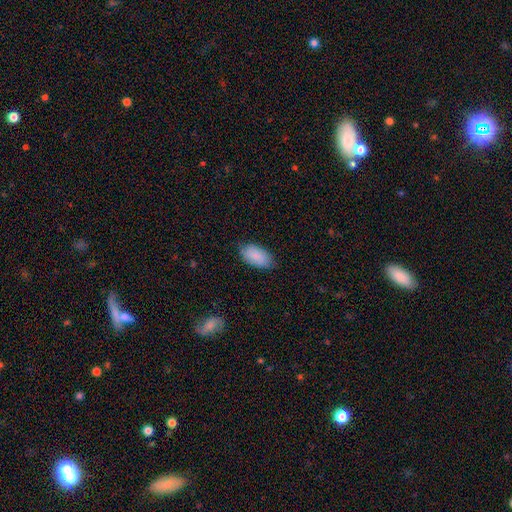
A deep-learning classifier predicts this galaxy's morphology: The model was most divided on "merging": none: 73%, minor disturbance: 22%, major disturbance: 4%, merger: 1%. More confident: how rounded — in between (95%); smooth or featured — smooth (86%).